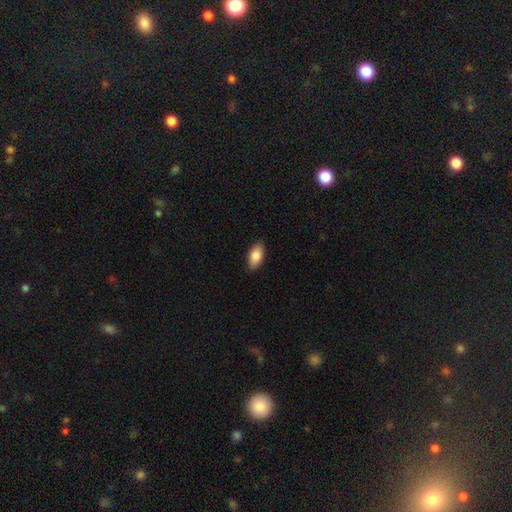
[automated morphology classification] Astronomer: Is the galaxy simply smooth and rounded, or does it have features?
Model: smooth — 85%.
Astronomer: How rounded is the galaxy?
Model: in between — 92%.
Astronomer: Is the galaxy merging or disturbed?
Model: none — 88%.